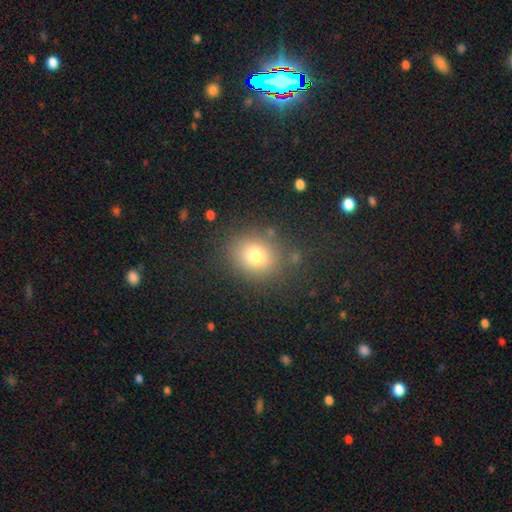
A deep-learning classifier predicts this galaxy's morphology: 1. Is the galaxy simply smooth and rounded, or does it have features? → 74% smooth, 15% star or artifact, 11% featured or disk.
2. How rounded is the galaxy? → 67% round, 32% in between, 1% cigar-shaped.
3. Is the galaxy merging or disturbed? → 82% none, 11% minor disturbance, 5% major disturbance, 3% merger.